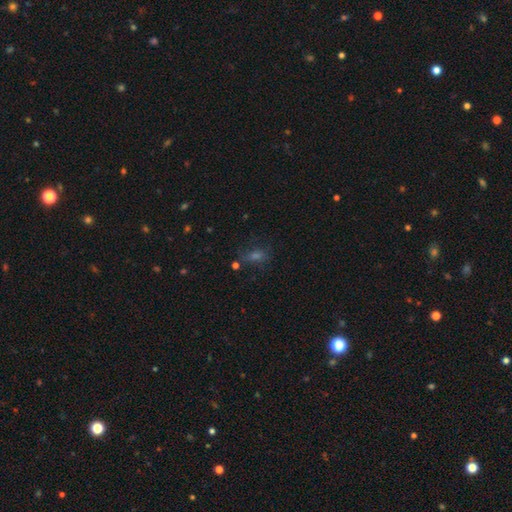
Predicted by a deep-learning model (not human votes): Morphology: type=smooth (45%); merging=none (67%).